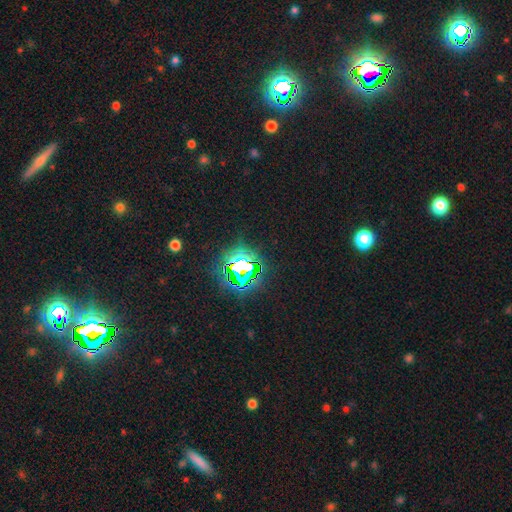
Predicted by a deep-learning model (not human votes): star or artifact 80%, smooth 13%, featured or disk 7%.